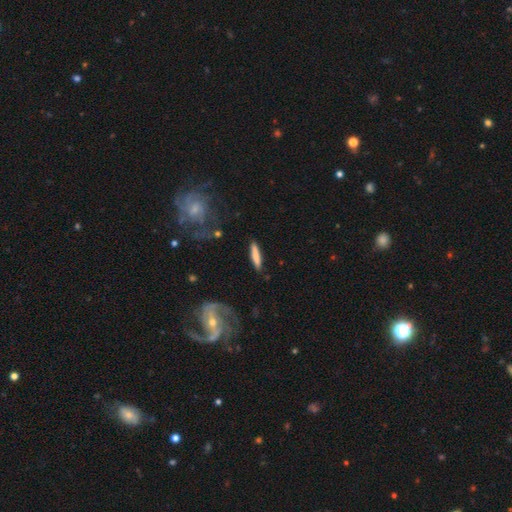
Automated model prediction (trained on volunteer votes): Smooth or featured?
  - smooth: 75% *
  - featured or disk: 20%
  - star or artifact: 6%
How rounded?
  - cigar-shaped: 88% *
  - in between: 10%
  - round: 2%
Merging?
  - none: 86% *
  - minor disturbance: 9%
  - major disturbance: 3%
  - merger: 2%